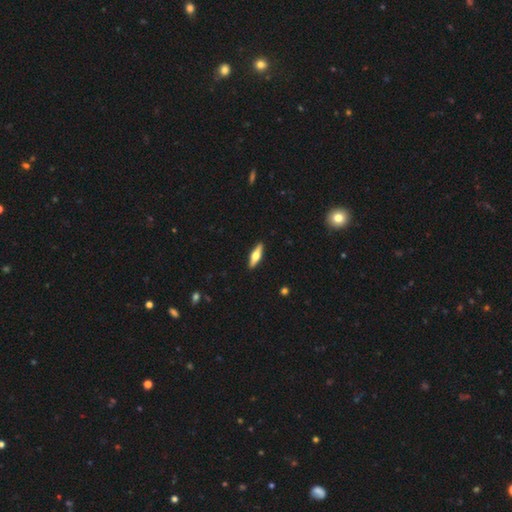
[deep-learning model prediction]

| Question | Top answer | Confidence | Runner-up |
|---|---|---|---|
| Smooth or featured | featured or disk | 51% | smooth (43%) |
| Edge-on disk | yes | 93% | no (7%) |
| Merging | none | 91% | minor disturbance (7%) |